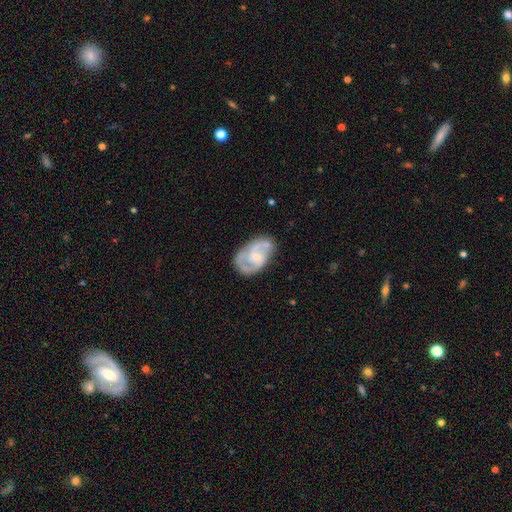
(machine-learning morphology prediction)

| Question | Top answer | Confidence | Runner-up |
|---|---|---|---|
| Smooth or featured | featured or disk | 80% | smooth (14%) |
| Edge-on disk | no | 97% | yes (3%) |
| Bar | no | 57% | weak (35%) |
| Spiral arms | yes | 92% | no (8%) |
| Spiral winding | medium | 51% | tight (34%) |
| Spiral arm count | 2 | 75% | can't tell (10%) |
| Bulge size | small | 61% | moderate (31%) |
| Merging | none | 63% | minor disturbance (23%) |